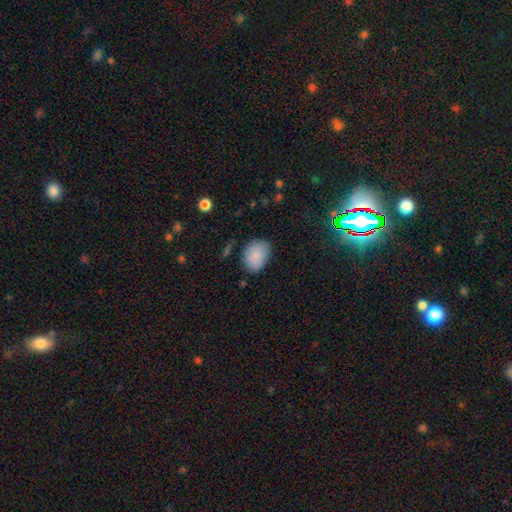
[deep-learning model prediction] Smooth or featured: smooth — 87% (star or artifact — 7%)
How rounded: in between — 66% (round — 33%)
Merging: none — 77% (minor disturbance — 17%)